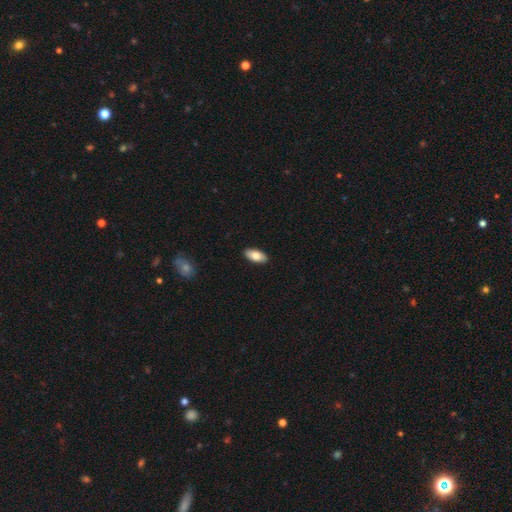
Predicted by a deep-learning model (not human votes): The model was most divided on "smooth or featured": smooth: 79%, featured or disk: 15%, star or artifact: 6%. More confident: how rounded — in between (91%); merging — none (91%).